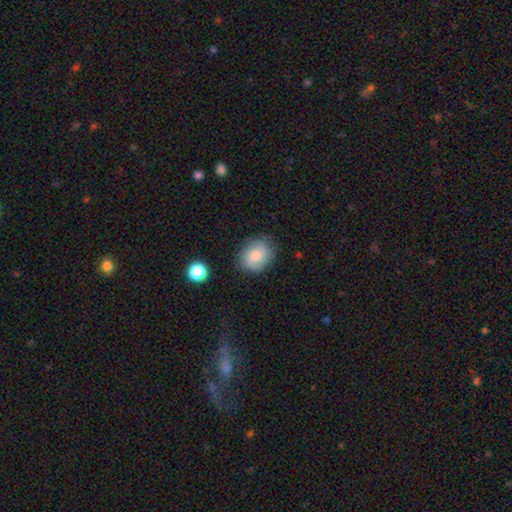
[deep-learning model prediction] smooth-or-featured: smooth: 81% | featured or disk: 12% | star or artifact: 7%
  how-rounded: in between: 52% | round: 47% | cigar-shaped: 1%
  merging: none: 78% | minor disturbance: 16% | major disturbance: 4% | merger: 2%